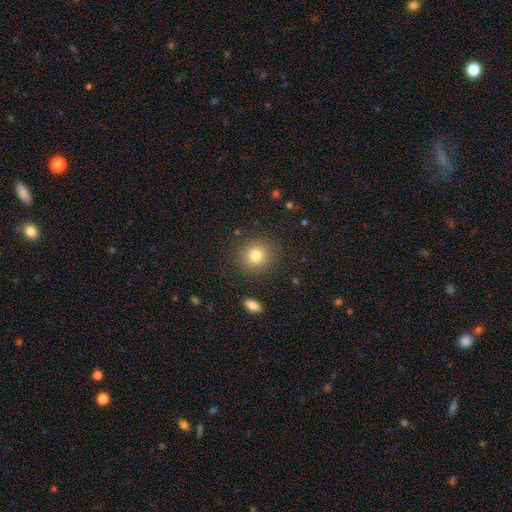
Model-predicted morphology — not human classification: smooth_or_featured: smooth (p=0.80) [alt: star or artifact p=0.12]
how_rounded: round (p=0.91) [alt: in between p=0.08]
merging: none (p=0.88) [alt: minor disturbance p=0.07]